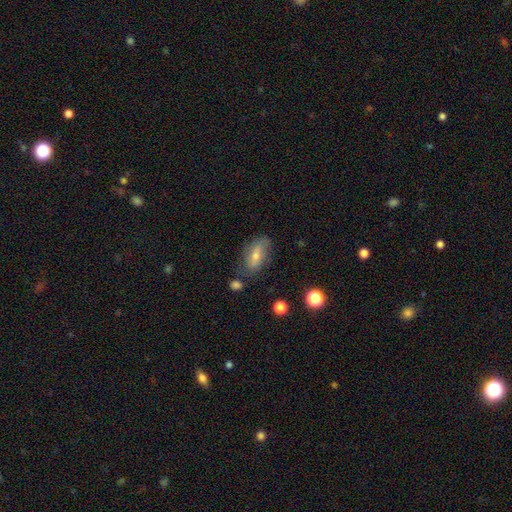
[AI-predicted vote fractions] The model was most divided on "smooth or featured": smooth: 54%, featured or disk: 35%, star or artifact: 11%. More confident: how rounded — in between (84%); merging — none (70%).